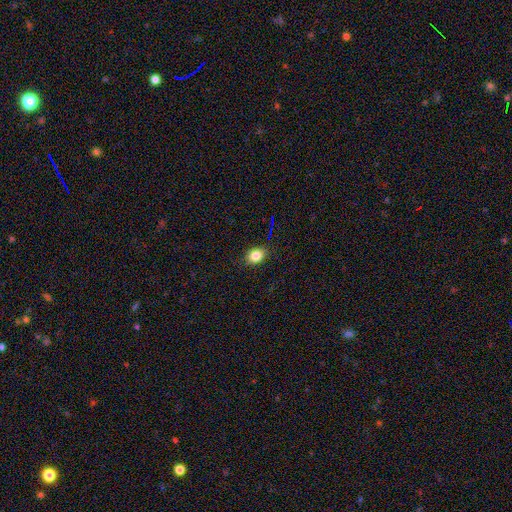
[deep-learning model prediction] Morphology: type=smooth (82%); roundness=in between (55%); merging=none (86%).